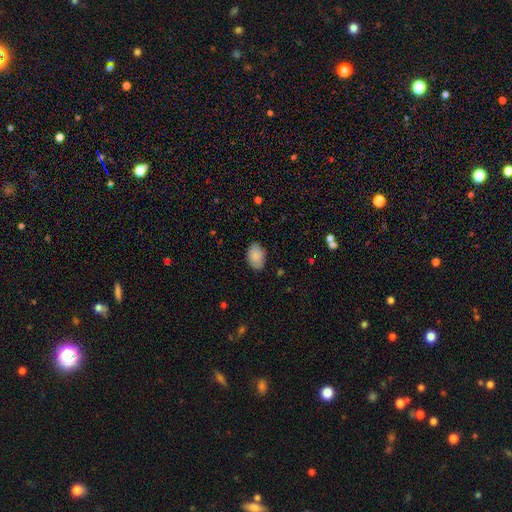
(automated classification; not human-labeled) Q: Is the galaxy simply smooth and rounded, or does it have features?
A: smooth — 88%.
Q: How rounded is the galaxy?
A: in between — 86%.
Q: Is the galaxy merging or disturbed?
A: none — 82%.